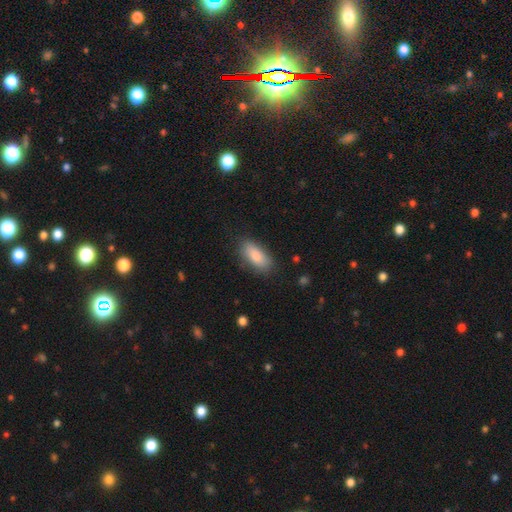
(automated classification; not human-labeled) smooth 86%, featured or disk 8%, star or artifact 6%. Down the decision tree: how rounded — in between (84%); merging — none (80%).